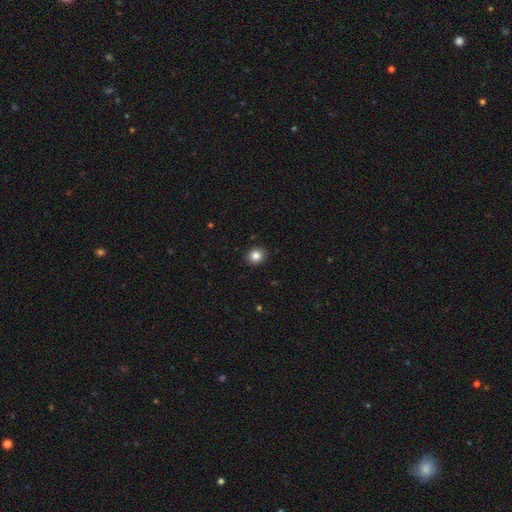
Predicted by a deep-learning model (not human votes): The model was most divided on "how rounded": round: 73%, in between: 26%, cigar-shaped: 1%. More confident: merging — none (91%); smooth or featured — smooth (84%).